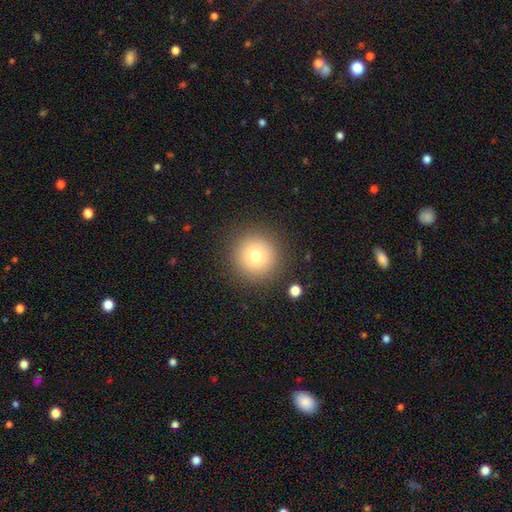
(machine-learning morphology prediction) smooth 73%, star or artifact 13%, featured or disk 13%. Down the decision tree: how rounded — round (96%); merging — none (89%).